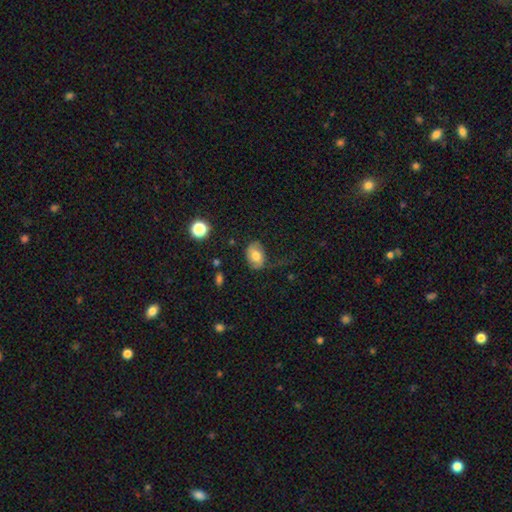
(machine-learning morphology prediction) smooth_or_featured: smooth (p=0.69) [alt: featured or disk p=0.23]
how_rounded: in between (p=0.80) [alt: round p=0.19]
merging: none (p=0.65) [alt: minor disturbance p=0.23]